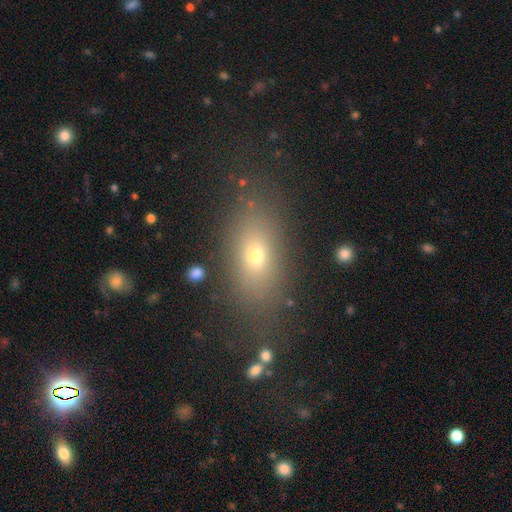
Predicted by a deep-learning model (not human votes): Smooth or featured? smooth (65%)
How rounded? in between (74%)
Merging? none (82%)